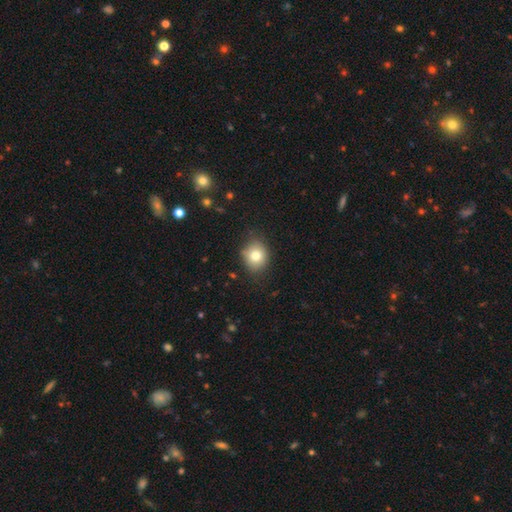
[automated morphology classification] Overall: smooth (78%). How rounded: round (64%; in between 35%). Merging: none (81%).